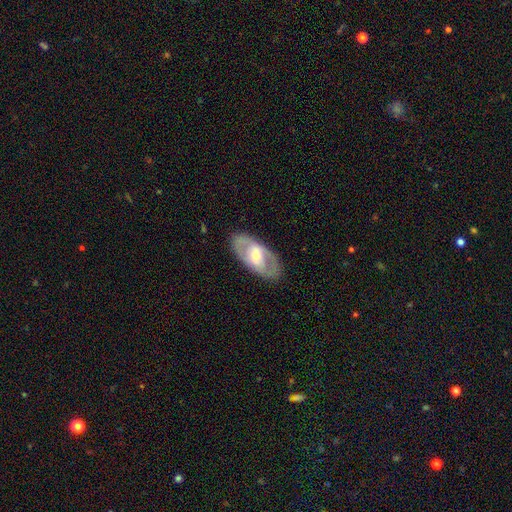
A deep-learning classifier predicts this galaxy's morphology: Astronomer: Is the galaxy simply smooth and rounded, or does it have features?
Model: featured or disk — 66%.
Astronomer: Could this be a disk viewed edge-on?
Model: no — 88%.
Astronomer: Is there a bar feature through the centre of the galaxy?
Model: no — 41% (runner-up: weak, 36%).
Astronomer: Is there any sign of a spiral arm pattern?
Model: no — 61% (runner-up: yes, 39%).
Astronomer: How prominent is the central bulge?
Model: moderate — 60%.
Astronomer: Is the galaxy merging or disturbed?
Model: none — 84%.